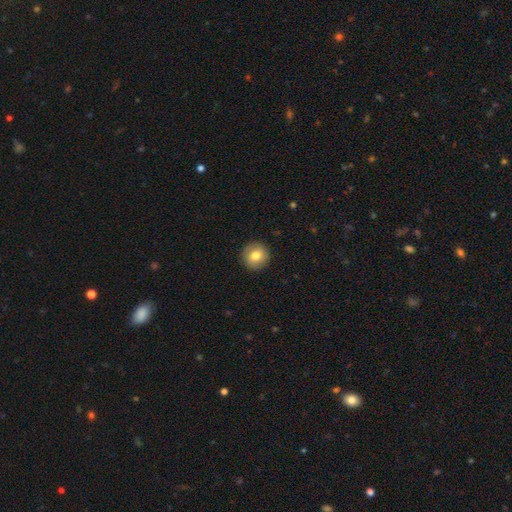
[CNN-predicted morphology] Smooth or featured?
  - smooth: 79% *
  - featured or disk: 12%
  - star or artifact: 8%
How rounded?
  - round: 95% *
  - in between: 4%
  - cigar-shaped: 1%
Merging?
  - none: 92% *
  - minor disturbance: 5%
  - major disturbance: 2%
  - merger: 1%